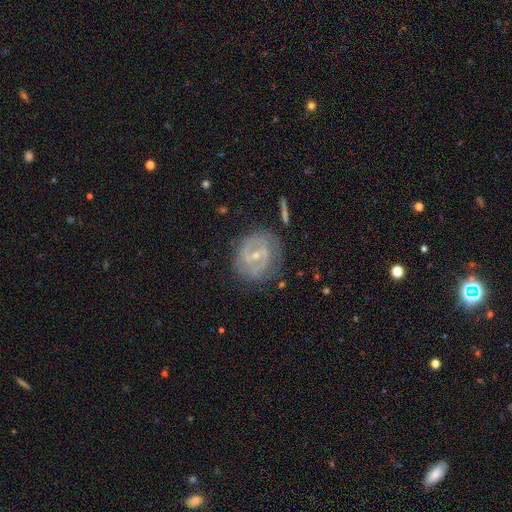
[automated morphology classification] Smooth or featured: featured or disk — 79% (smooth — 15%)
Edge-on disk: no — 97% (yes — 3%)
Bar: weak — 49% (no — 26%)
Spiral arms: yes — 83% (no — 17%)
Spiral winding: tight — 47% (medium — 39%)
Spiral arm count: 2 — 67% (can't tell — 19%)
Bulge size: small — 65% (moderate — 31%)
Merging: none — 70% (minor disturbance — 19%)